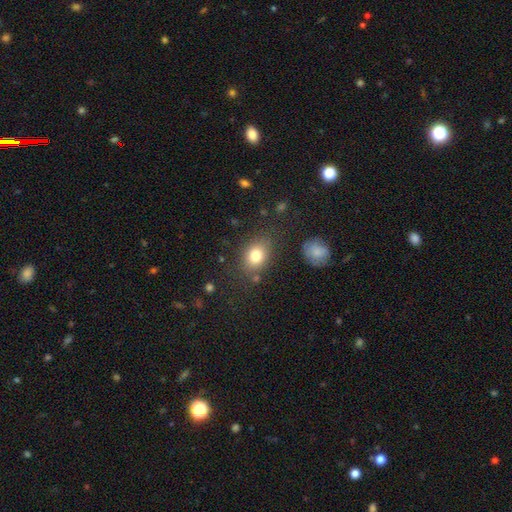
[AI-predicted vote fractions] Smooth or featured? Predicted: smooth (p=0.80). How rounded? Predicted: in between (p=0.60). Merging? Predicted: none (p=0.75).